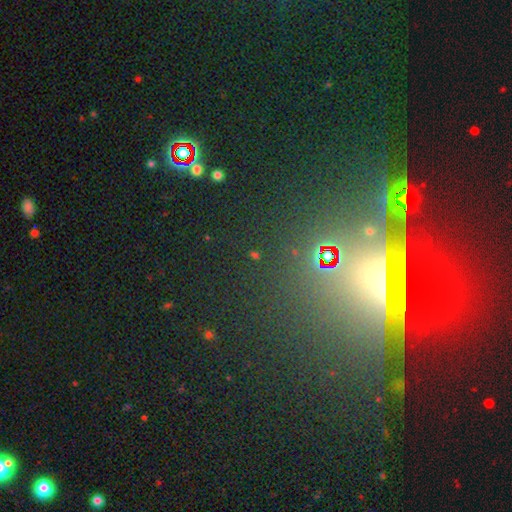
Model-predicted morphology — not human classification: A star or artifact, not a galaxy (67%).